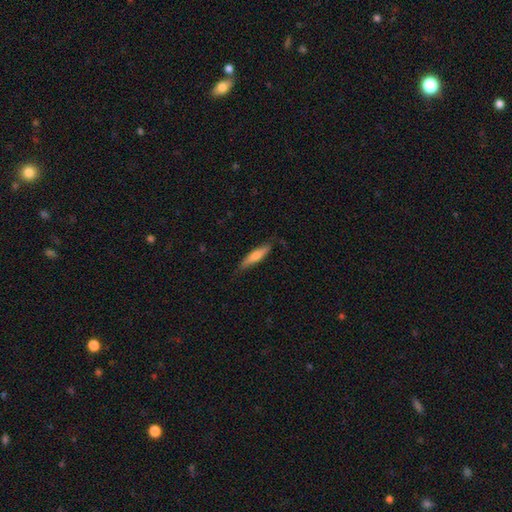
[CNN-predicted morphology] Q: Smooth or featured?
A: smooth (65%); runner-up: featured or disk (30%)
Q: How rounded?
A: cigar-shaped (80%); runner-up: in between (18%)
Q: Merging?
A: none (77%); runner-up: minor disturbance (18%)